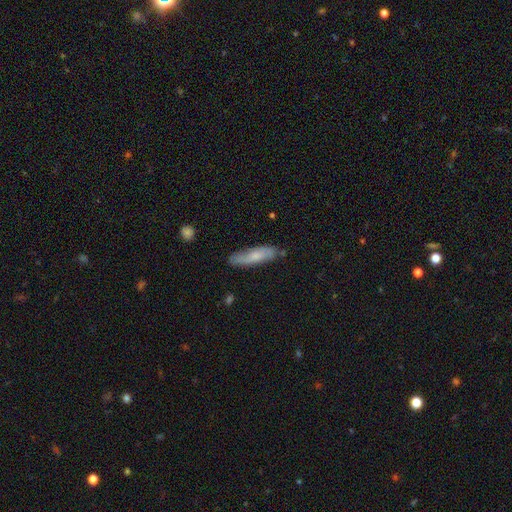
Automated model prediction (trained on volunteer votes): Smooth or featured: smooth — 62% (featured or disk — 32%)
How rounded: cigar-shaped — 69% (in between — 30%)
Merging: none — 78% (minor disturbance — 17%)